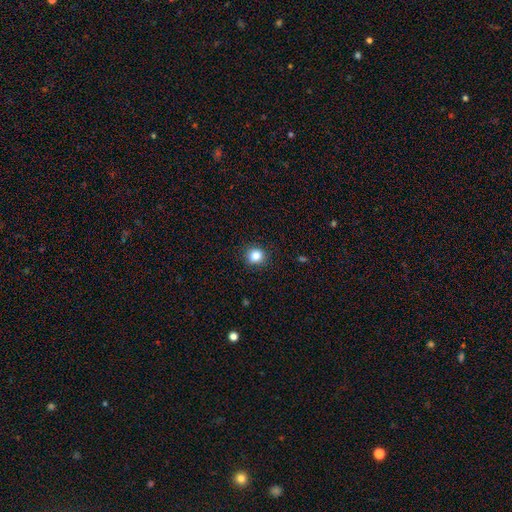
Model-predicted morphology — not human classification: Overall: smooth (84%). How rounded: round (88%). Merging: none (90%).